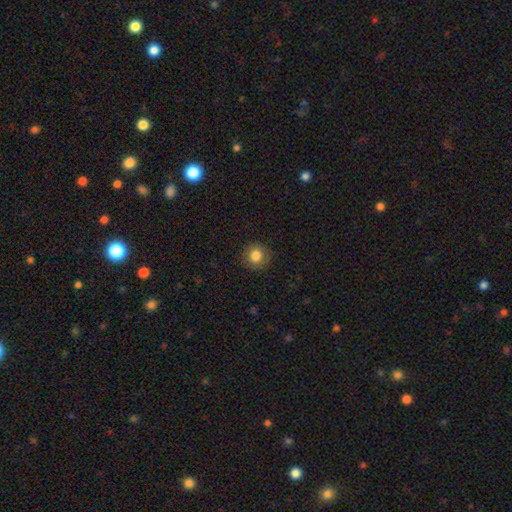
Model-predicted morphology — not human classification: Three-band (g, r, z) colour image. It shows a smooth galaxy with no disk features (84%) that is round (91%). Merging: none (88%).